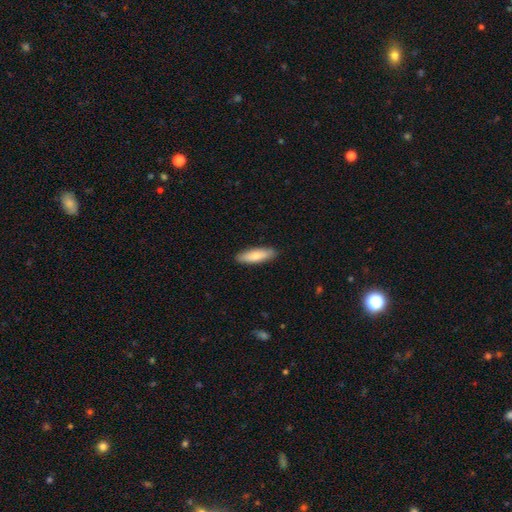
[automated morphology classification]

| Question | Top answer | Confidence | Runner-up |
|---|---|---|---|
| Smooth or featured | smooth | 77% | featured or disk (17%) |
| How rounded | cigar-shaped | 53% | in between (45%) |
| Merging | none | 89% | minor disturbance (8%) |